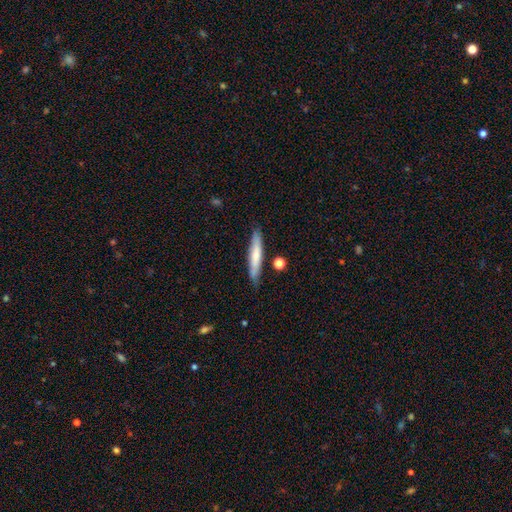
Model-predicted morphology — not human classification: A smooth galaxy with no disk features (66%) that is cigar-shaped (91%).

Vote fractions:
- Smooth or featured? smooth: 66% / featured or disk: 28% / star or artifact: 6%
- How rounded? cigar-shaped: 91% / in between: 8% / round: 1%
- Merging? none: 83% / minor disturbance: 12% / merger: 3% / major disturbance: 2%